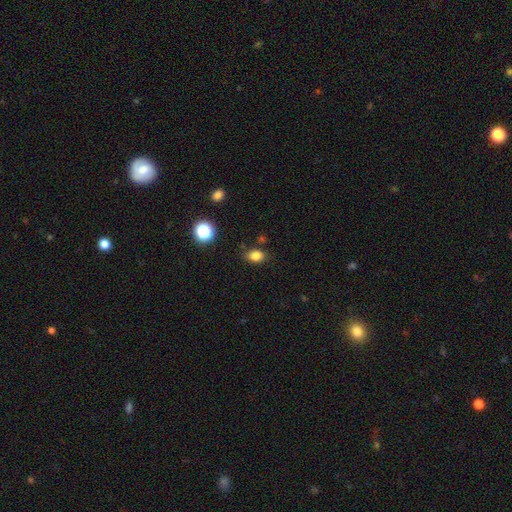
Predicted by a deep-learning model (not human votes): This appears to be a smooth galaxy with no disk features (82%) that is in between round and cigar-shaped (76%). Merging: none (79%).